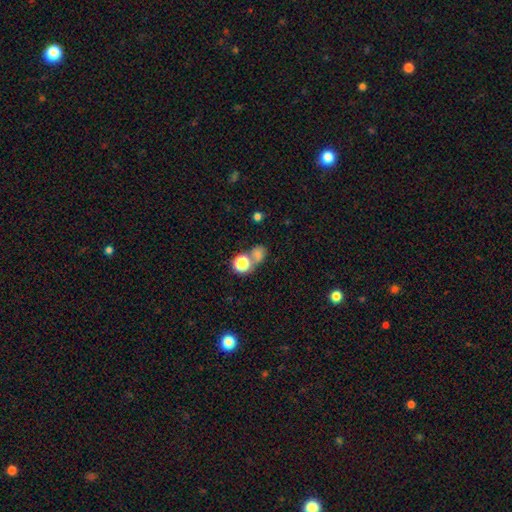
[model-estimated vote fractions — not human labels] Smooth or featured?
  - smooth: 67% *
  - star or artifact: 21%
  - featured or disk: 12%
How rounded?
  - round: 63% *
  - in between: 36%
  - cigar-shaped: 2%
Merging?
  - merger: 44% *
  - none: 39%
  - minor disturbance: 10%
  - major disturbance: 7%